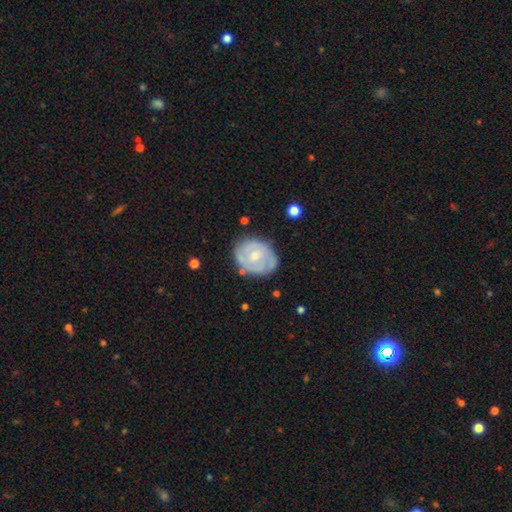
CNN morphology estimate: smooth-or-featured: featured or disk: 66% | smooth: 29% | star or artifact: 5%
  disk-edge-on: no: 97% | yes: 3%
    bar: no: 65% | weak: 31% | strong: 4%
    has-spiral-arms: yes: 77% | no: 23%
    bulge-size: small: 53% | moderate: 41% | none: 3% | large: 2% | dominant: 1%
  merging: none: 72% | minor disturbance: 20% | major disturbance: 6% | merger: 2%